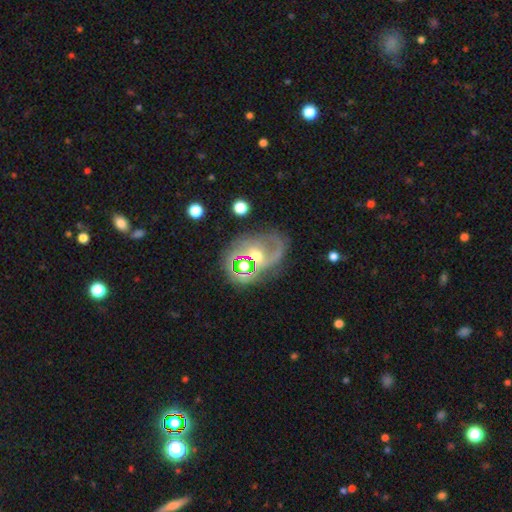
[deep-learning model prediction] The model was most divided on "smooth or featured": featured or disk: 55%, smooth: 24%, star or artifact: 21%. More confident: edge-on disk — no (96%); spiral arms — yes (71%); bar — no (63%); bulge size — moderate (59%); merging — none (53%).